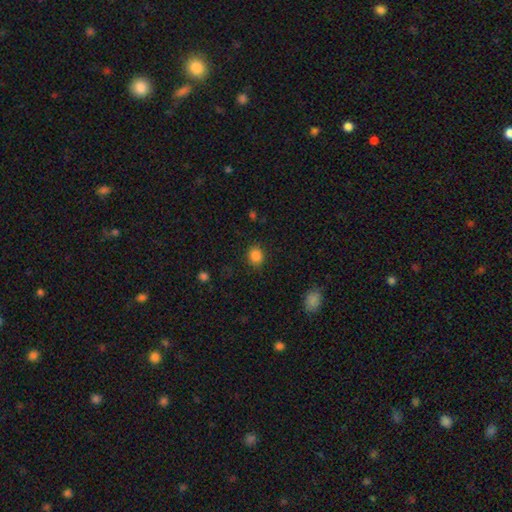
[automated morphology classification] A smooth galaxy with no disk features (85%) that is round (72%).

Vote fractions:
- Smooth or featured? smooth: 85% / star or artifact: 11% / featured or disk: 4%
- How rounded? round: 72% / in between: 27% / cigar-shaped: 1%
- Merging? none: 87% / minor disturbance: 9% / major disturbance: 3% / merger: 1%